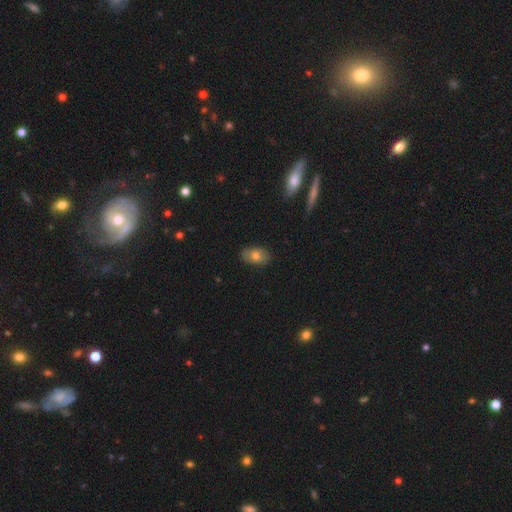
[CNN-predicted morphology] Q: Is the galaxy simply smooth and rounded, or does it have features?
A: smooth — 72%.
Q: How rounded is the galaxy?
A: in between — 88%.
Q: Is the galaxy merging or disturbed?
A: none — 84%.